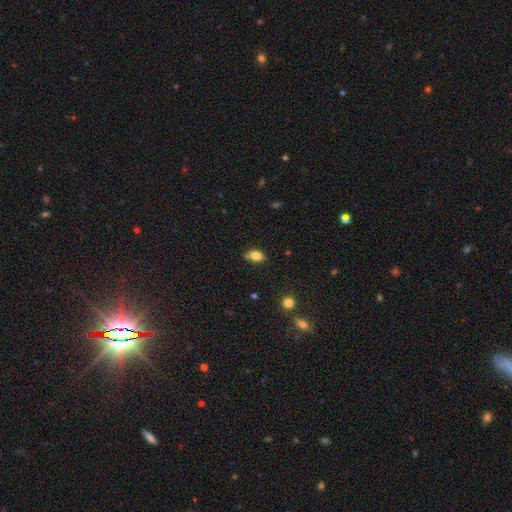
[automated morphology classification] smooth 82%, star or artifact 10%, featured or disk 8%. Down the decision tree: how rounded — in between (85%); merging — none (68%).